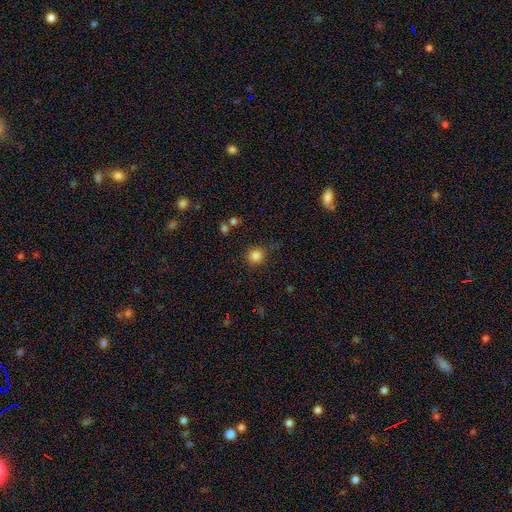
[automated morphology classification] This appears to be a smooth galaxy with no disk features (84%) that is round (90%). Merging: none (81%).